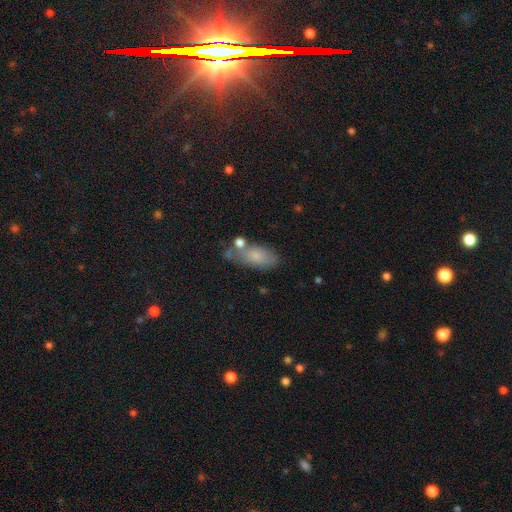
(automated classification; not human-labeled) smooth 75%, featured or disk 17%, star or artifact 8%. Down the decision tree: how rounded — in between (88%); merging — none (57%).